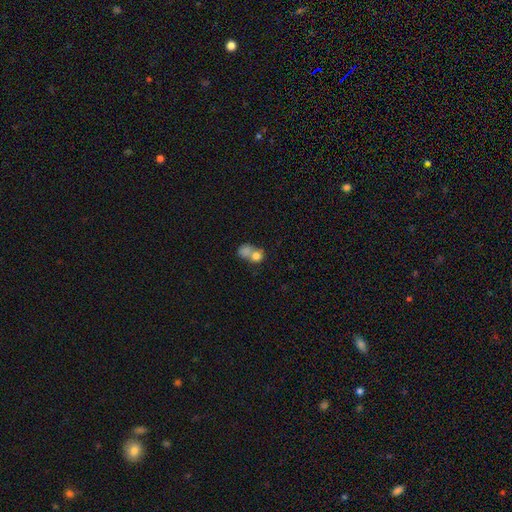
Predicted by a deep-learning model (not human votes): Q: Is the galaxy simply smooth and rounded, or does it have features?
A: smooth — 67%.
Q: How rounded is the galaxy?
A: round — 66%.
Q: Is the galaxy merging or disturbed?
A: merger — 62%.